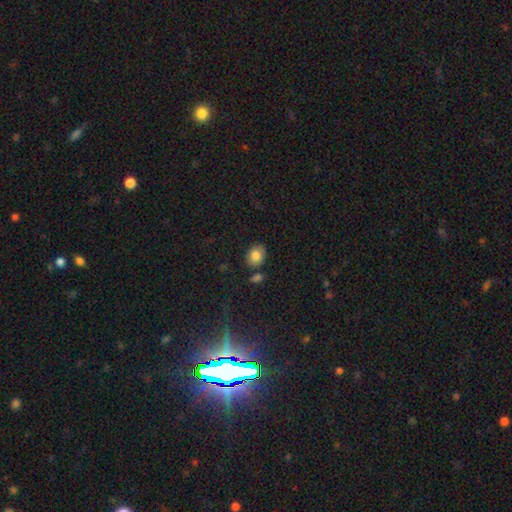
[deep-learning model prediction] smooth-or-featured: smooth: 83% | featured or disk: 9% | star or artifact: 9%
  how-rounded: in between: 63% | round: 36% | cigar-shaped: 1%
  merging: none: 79% | minor disturbance: 12% | merger: 7% | major disturbance: 3%